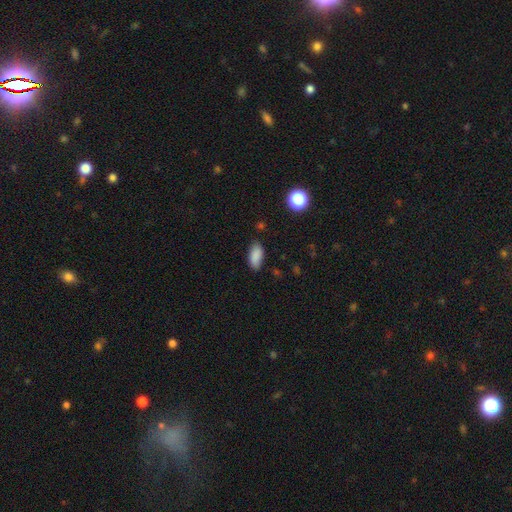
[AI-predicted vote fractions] smooth_or_featured: smooth (p=0.87) [alt: star or artifact p=0.08]
how_rounded: in between (p=0.89) [alt: cigar-shaped p=0.08]
merging: none (p=0.79) [alt: minor disturbance p=0.16]